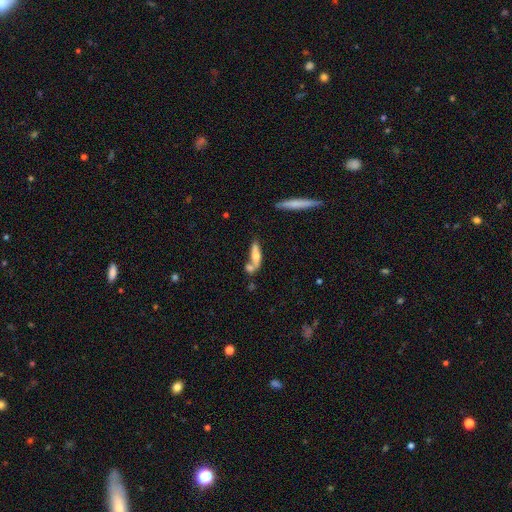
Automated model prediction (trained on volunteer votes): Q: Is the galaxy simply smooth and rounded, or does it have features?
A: smooth — 53%.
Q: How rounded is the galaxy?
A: cigar-shaped — 64%.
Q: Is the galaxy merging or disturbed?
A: none — 44%.